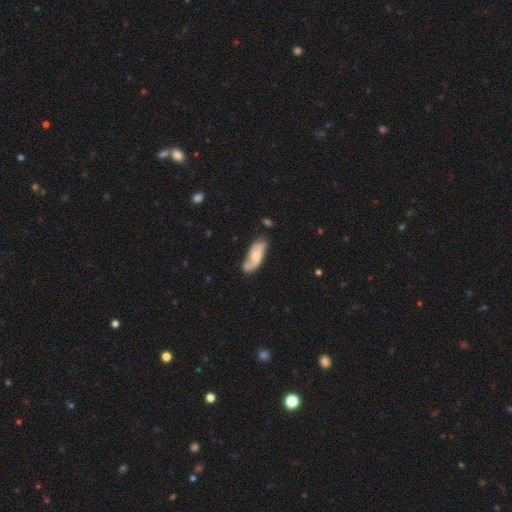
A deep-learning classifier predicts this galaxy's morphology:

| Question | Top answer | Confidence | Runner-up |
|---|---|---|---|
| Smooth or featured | featured or disk | 62% | smooth (32%) |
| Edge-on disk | no | 89% | yes (11%) |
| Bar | no | 63% | weak (31%) |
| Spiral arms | yes | 89% | no (11%) |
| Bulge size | moderate | 49% | small (37%) |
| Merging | none | 64% | minor disturbance (23%) |